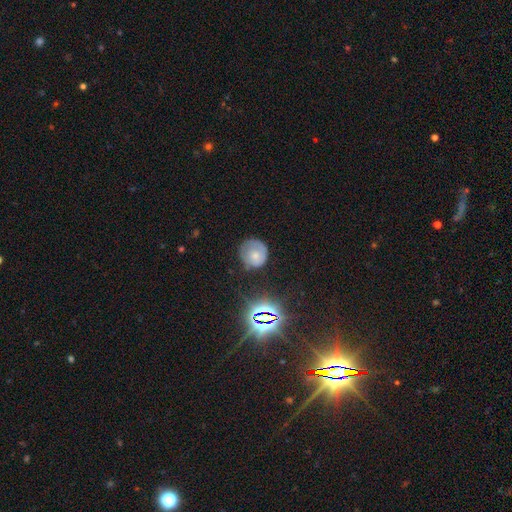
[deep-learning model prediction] smooth-or-featured: smooth: 58% | featured or disk: 28% | star or artifact: 14%
  how-rounded: round: 85% | in between: 14% | cigar-shaped: 1%
  merging: none: 61% | minor disturbance: 27% | major disturbance: 10% | merger: 2%